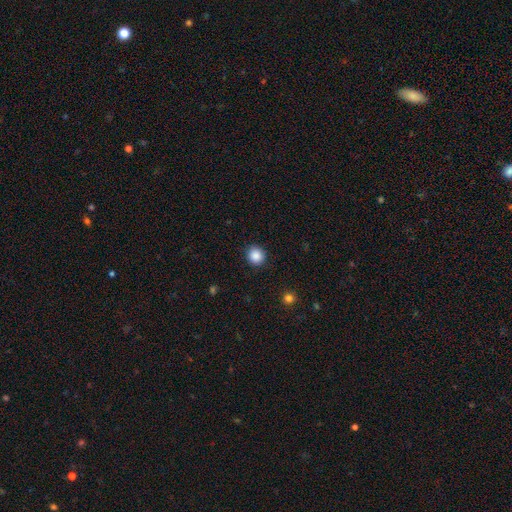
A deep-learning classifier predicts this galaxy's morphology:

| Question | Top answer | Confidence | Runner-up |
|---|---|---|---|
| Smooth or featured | smooth | 88% | star or artifact (9%) |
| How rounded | round | 87% | in between (12%) |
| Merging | none | 90% | minor disturbance (7%) |